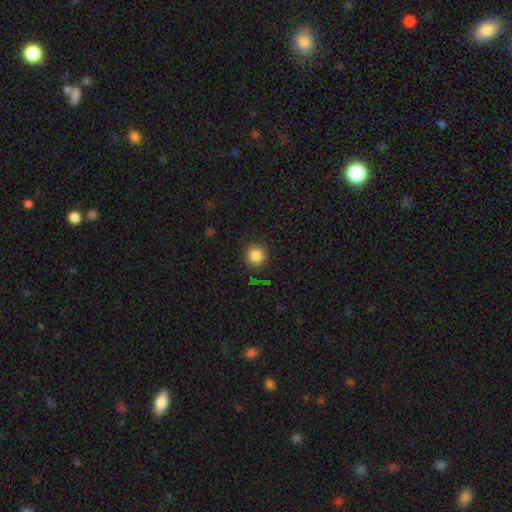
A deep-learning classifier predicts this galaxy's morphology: Smooth or featured?
  - smooth: 86% *
  - star or artifact: 10%
  - featured or disk: 4%
How rounded?
  - round: 94% *
  - in between: 6%
  - cigar-shaped: 1%
Merging?
  - none: 88% *
  - minor disturbance: 8%
  - major disturbance: 3%
  - merger: 1%